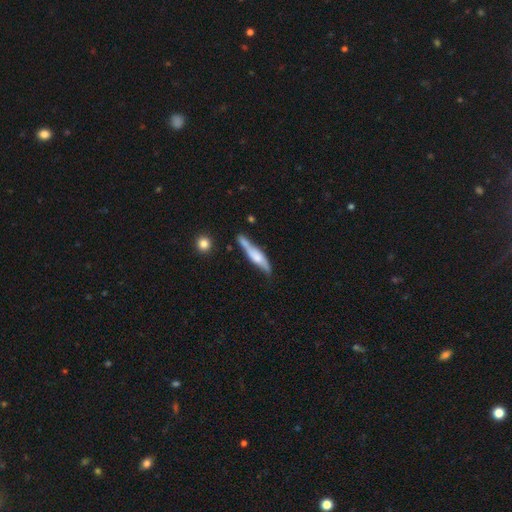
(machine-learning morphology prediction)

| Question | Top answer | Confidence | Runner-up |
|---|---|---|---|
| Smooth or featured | featured or disk | 50% | smooth (44%) |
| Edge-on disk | yes | 74% | no (26%) |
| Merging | none | 55% | minor disturbance (25%) |